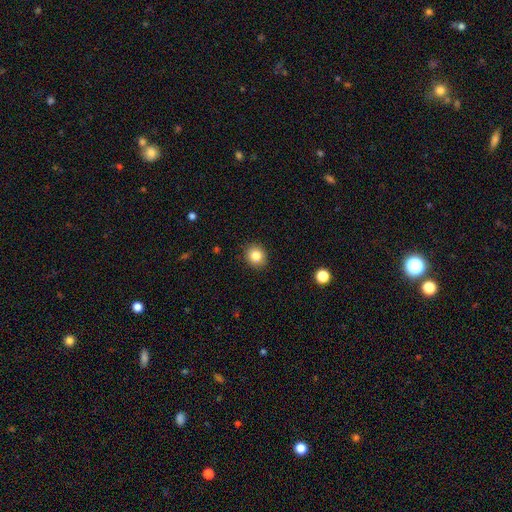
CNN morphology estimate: Q: Smooth or featured?
A: smooth (84%); runner-up: star or artifact (10%)
Q: How rounded?
A: round (79%); runner-up: in between (20%)
Q: Merging?
A: none (90%); runner-up: minor disturbance (7%)